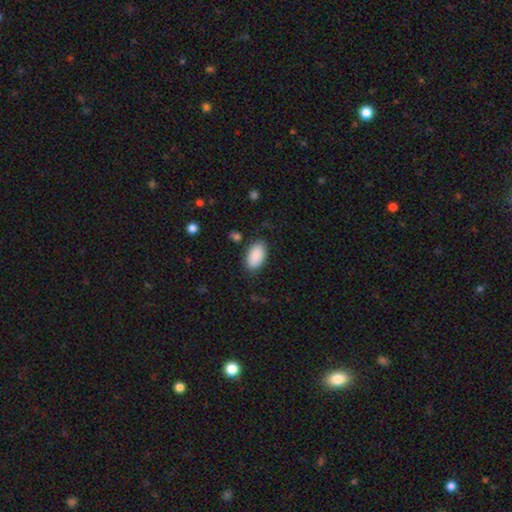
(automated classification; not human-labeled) smooth_or_featured: smooth (p=0.90) [alt: star or artifact p=0.06]
how_rounded: in between (p=0.95) [alt: round p=0.03]
merging: none (p=0.84) [alt: minor disturbance p=0.11]